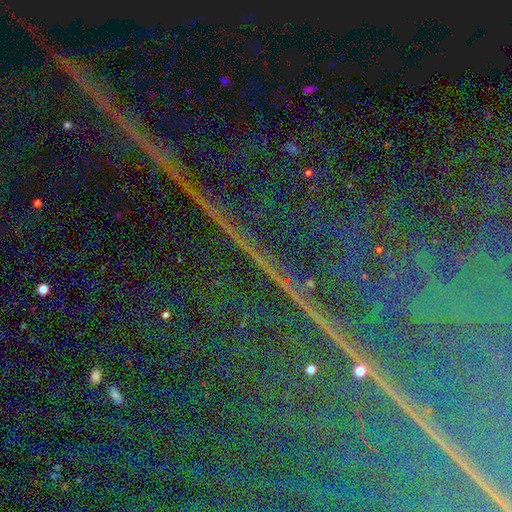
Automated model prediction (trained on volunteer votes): smooth-or-featured: star or artifact: 87% | featured or disk: 8% | smooth: 5%